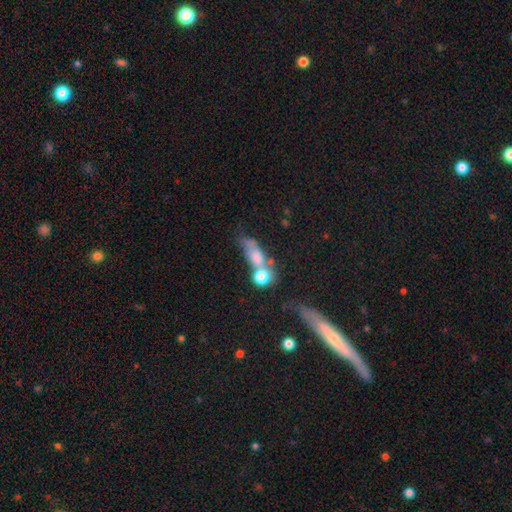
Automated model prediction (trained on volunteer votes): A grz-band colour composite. It shows a smooth galaxy with no disk features (55%) that is in between round and cigar-shaped (50%). Merging: merger (39%).